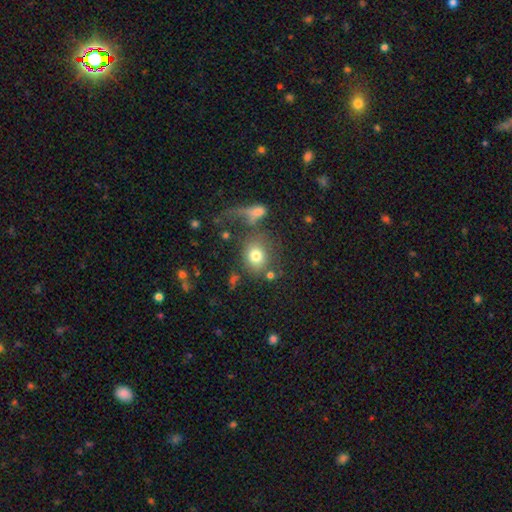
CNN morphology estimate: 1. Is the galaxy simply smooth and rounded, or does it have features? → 75% smooth, 14% featured or disk, 12% star or artifact.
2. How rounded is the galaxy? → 65% round, 33% in between, 2% cigar-shaped.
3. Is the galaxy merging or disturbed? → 49% none, 21% merger, 17% major disturbance, 13% minor disturbance.